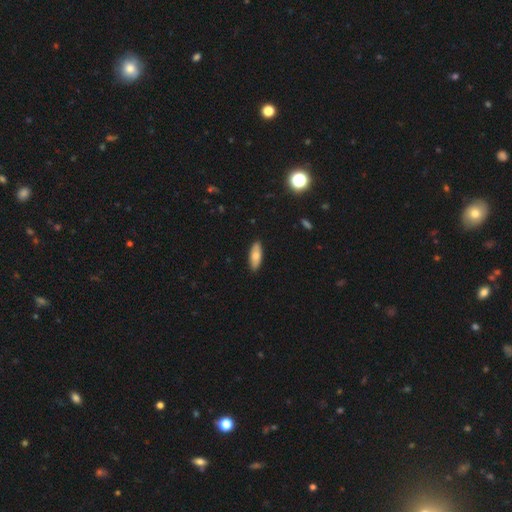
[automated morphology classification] Q: Smooth or featured?
A: smooth (73%); runner-up: featured or disk (21%)
Q: How rounded?
A: in between (71%); runner-up: cigar-shaped (26%)
Q: Merging?
A: none (89%); runner-up: minor disturbance (8%)